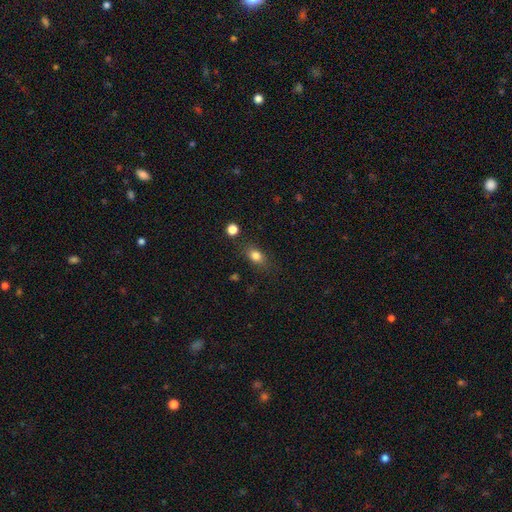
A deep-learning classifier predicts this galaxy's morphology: A smooth galaxy with no disk features (81%) that is in between round and cigar-shaped (73%). Merging: none (79%).